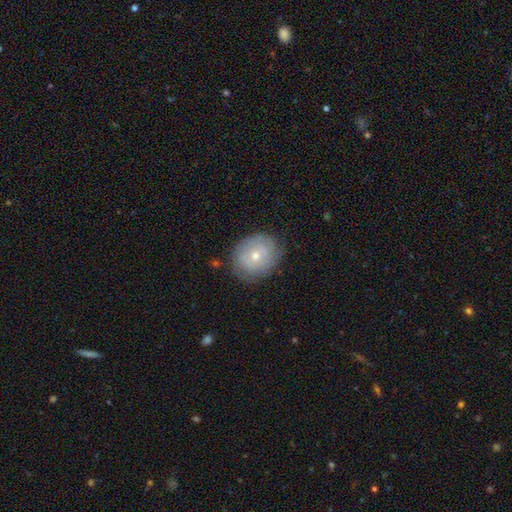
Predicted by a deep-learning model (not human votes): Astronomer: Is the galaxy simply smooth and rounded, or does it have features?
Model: smooth — 47% (runner-up: featured or disk, 45%).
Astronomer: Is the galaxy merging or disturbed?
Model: none — 73%.